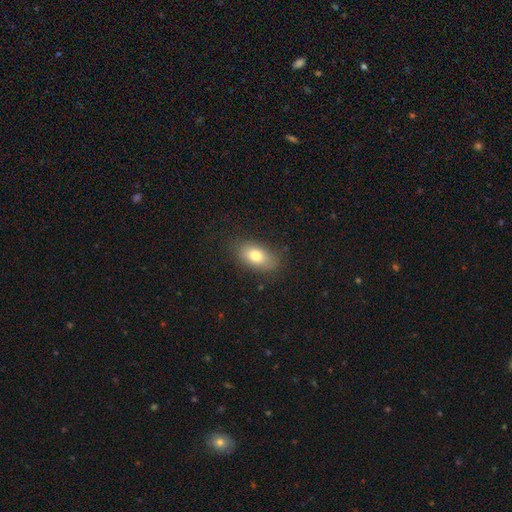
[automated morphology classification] This appears to be a smooth galaxy with no disk features (78%) that is in between round and cigar-shaped (89%). Merging: none (80%).